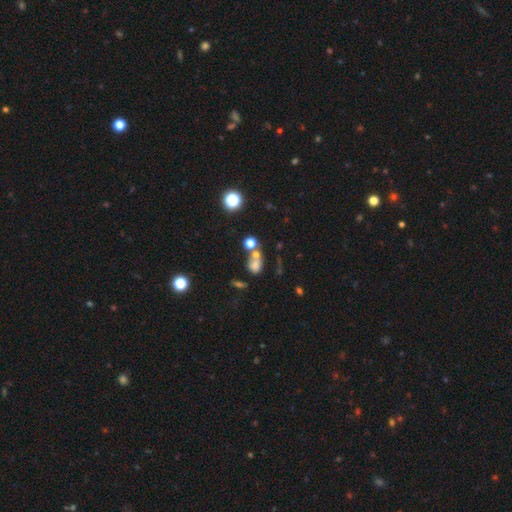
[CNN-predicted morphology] type=smooth (64%); roundness=round (54%); merging=merger (46%).